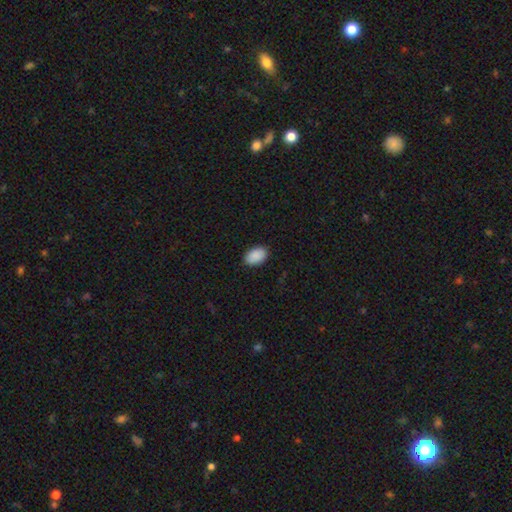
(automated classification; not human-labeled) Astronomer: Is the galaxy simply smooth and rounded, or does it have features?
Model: smooth — 91%.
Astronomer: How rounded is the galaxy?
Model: in between — 91%.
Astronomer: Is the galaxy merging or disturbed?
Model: none — 88%.